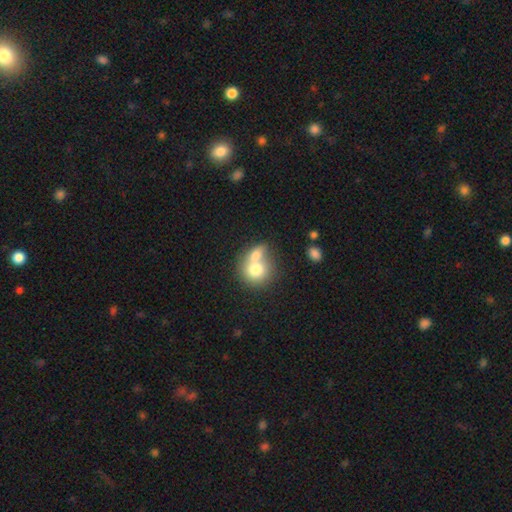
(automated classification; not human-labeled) Overall: smooth (72%). How rounded: round (65%; in between 34%). Merging: merger (68%).